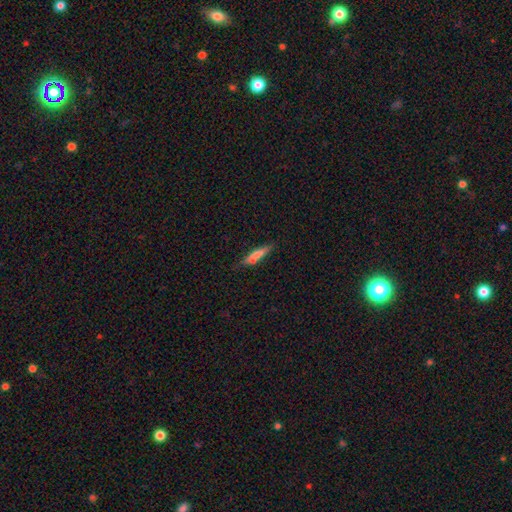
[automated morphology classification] Smooth or featured? smooth (68%)
How rounded? cigar-shaped (85%)
Merging? none (72%)